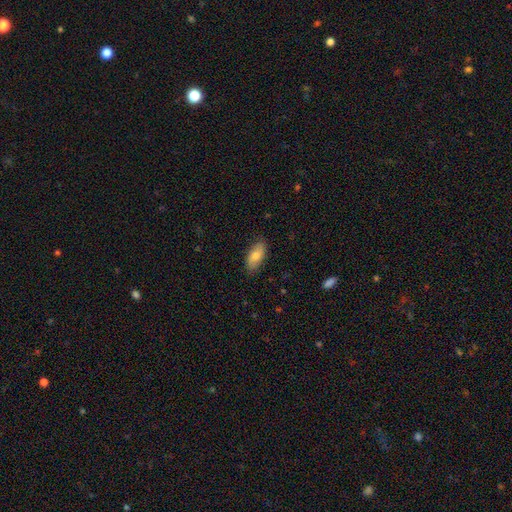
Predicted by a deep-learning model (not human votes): Smooth or featured? smooth (76%)
How rounded? in between (90%)
Merging? none (83%)